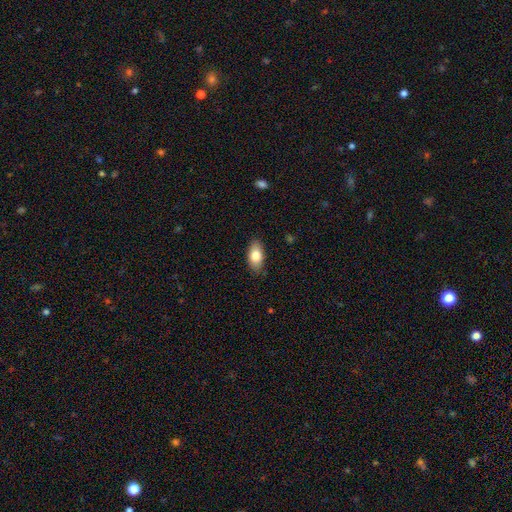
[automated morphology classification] Overall: smooth (80%). How rounded: in between (90%). Merging: none (86%).